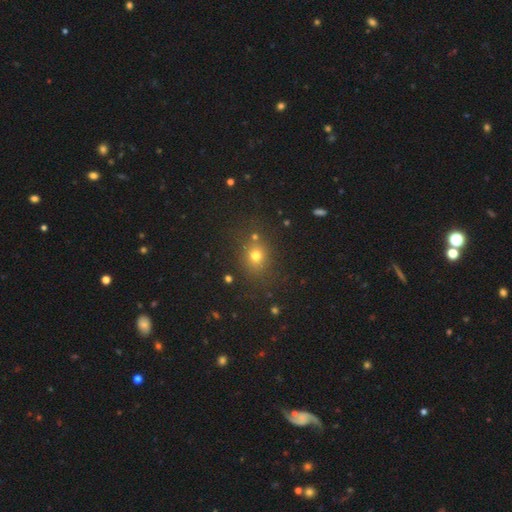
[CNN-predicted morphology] smooth 70%, star or artifact 21%, featured or disk 9%. Down the decision tree: how rounded — round (74%); merging — none (78%).